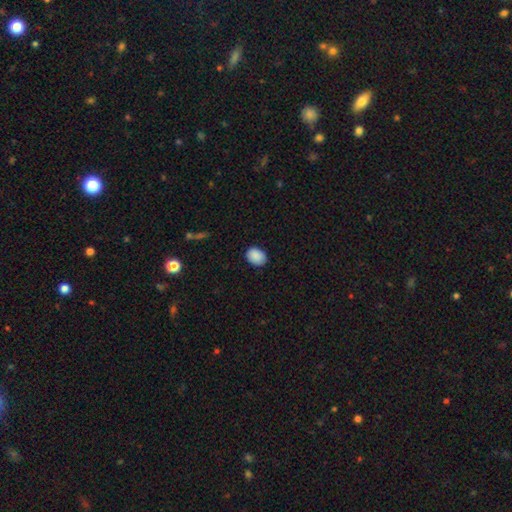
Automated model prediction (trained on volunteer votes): Smooth or featured: smooth — 89% (star or artifact — 8%)
How rounded: in between — 65% (round — 34%)
Merging: none — 86% (minor disturbance — 11%)